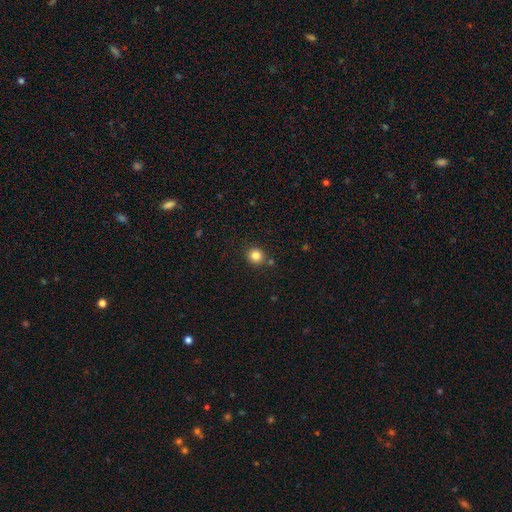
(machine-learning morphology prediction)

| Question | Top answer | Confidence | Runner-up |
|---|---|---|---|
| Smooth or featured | smooth | 83% | star or artifact (12%) |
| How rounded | round | 90% | in between (9%) |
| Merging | none | 85% | minor disturbance (7%) |